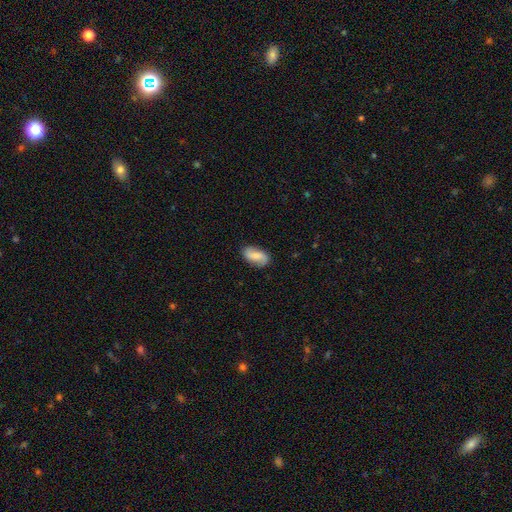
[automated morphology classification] smooth-or-featured: smooth: 53% | featured or disk: 39% | star or artifact: 8%
  how-rounded: in between: 91% | round: 5% | cigar-shaped: 4%
  merging: none: 80% | minor disturbance: 15% | major disturbance: 4% | merger: 1%